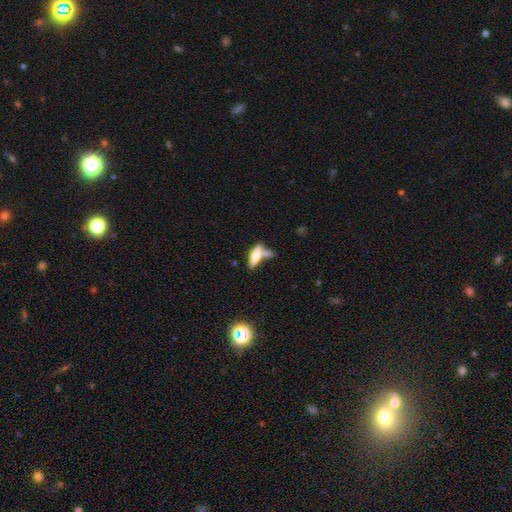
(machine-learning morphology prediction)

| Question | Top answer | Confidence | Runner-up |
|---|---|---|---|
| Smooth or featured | smooth | 48% | featured or disk (42%) |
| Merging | none | 37% | merger (35%) |